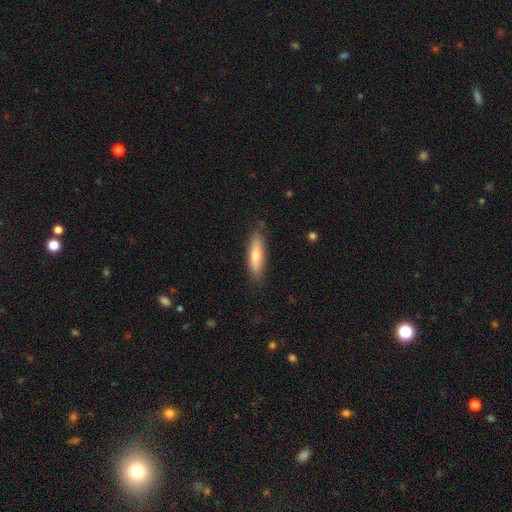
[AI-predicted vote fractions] Smooth or featured: smooth — 64% (featured or disk — 28%)
How rounded: cigar-shaped — 73% (in between — 25%)
Merging: none — 85% (minor disturbance — 12%)